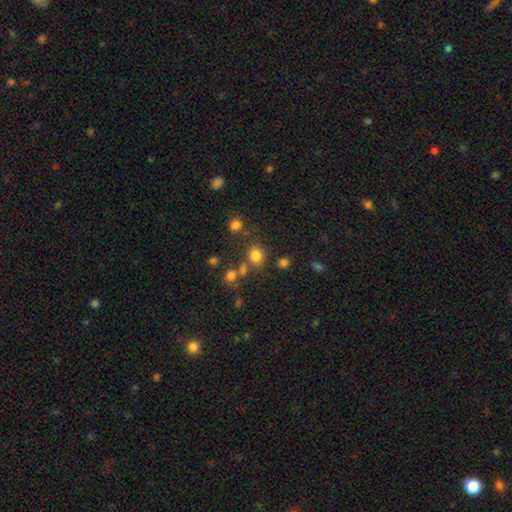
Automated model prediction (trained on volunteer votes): Smooth or featured: smooth — 78% (star or artifact — 16%)
How rounded: round — 59% (in between — 40%)
Merging: none — 68% (merger — 13%)